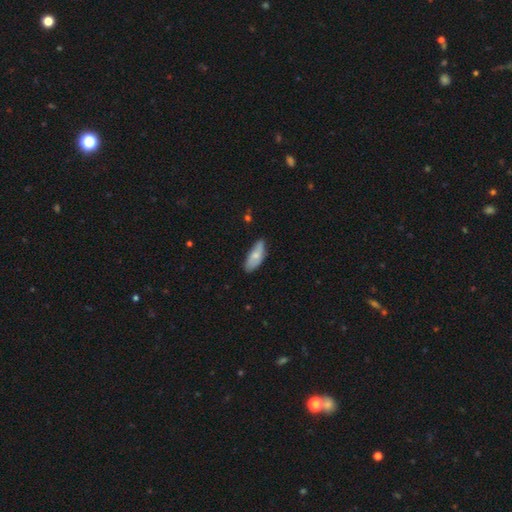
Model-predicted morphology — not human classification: Smooth or featured? Predicted: smooth (p=0.70). How rounded? Predicted: in between (p=0.80). Merging? Predicted: none (p=0.68).